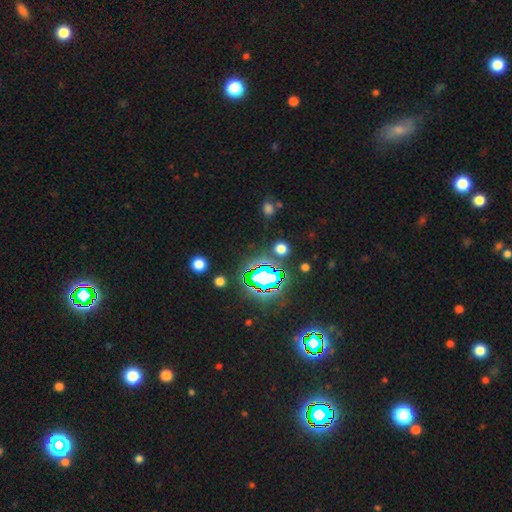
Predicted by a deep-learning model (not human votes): Smooth or featured?
  - star or artifact: 82% *
  - smooth: 11%
  - featured or disk: 7%